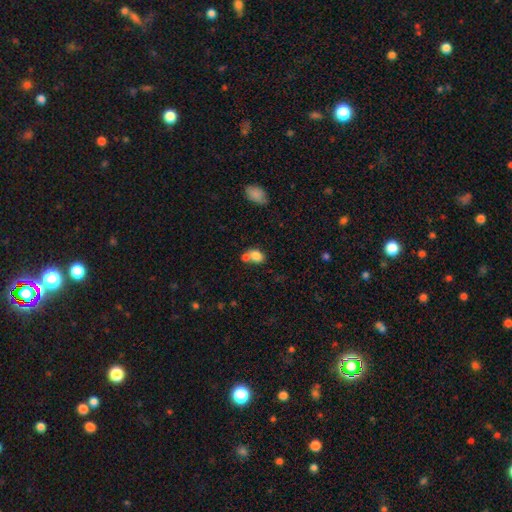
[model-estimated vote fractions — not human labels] Morphology: type=smooth (80%); roundness=in between (64%); merging=merger (49%).